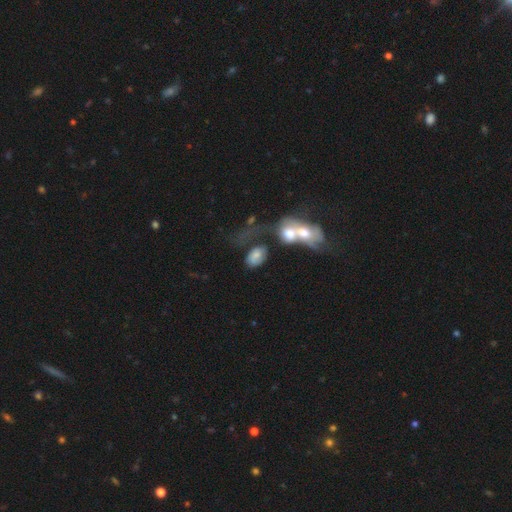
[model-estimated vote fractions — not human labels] The model was most divided on "merging": merger: 44%, major disturbance: 23%, none: 20%, minor disturbance: 13%. More confident: how rounded — in between (84%); smooth or featured — smooth (61%).